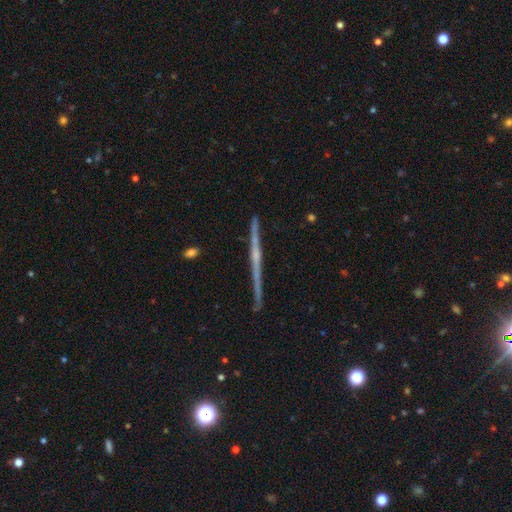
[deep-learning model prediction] This appears to be a featured or disk galaxy (79%) viewed edge-on (98%) with no central bulge (48%). Merging: none (90%).